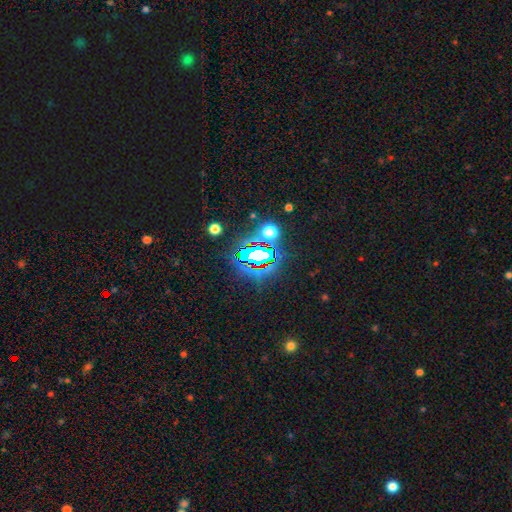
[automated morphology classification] The model was most divided on "smooth or featured": star or artifact: 71%, smooth: 17%, featured or disk: 12%.